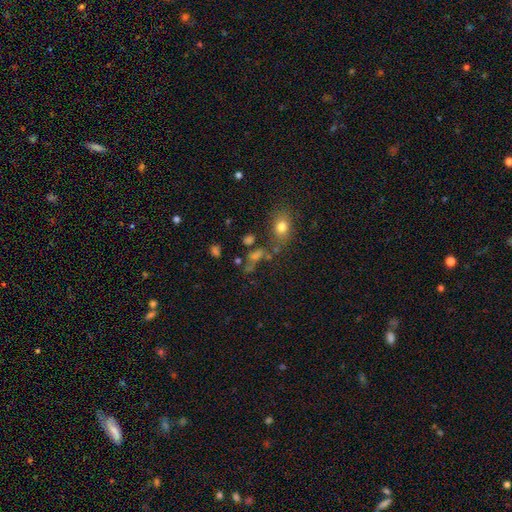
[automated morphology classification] Q: Smooth or featured?
A: smooth (50%); runner-up: star or artifact (32%)
Q: How rounded?
A: in between (56%); runner-up: round (34%)
Q: Merging?
A: none (53%); runner-up: merger (20%)